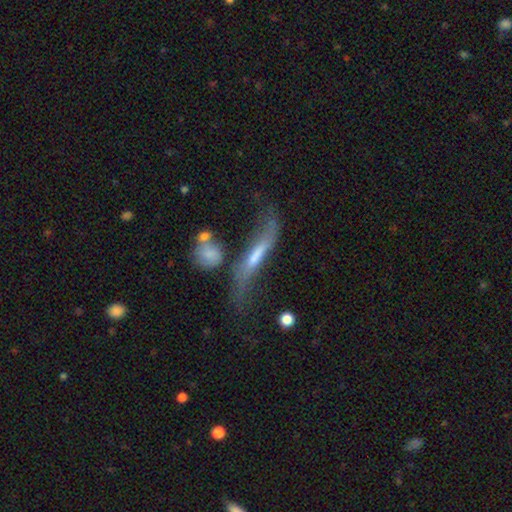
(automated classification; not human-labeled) Smooth or featured?
  - featured or disk: 57% *
  - smooth: 34%
  - star or artifact: 8%
Edge-on disk?
  - no: 54% *
  - yes: 46%
Merging?
  - none: 31% *
  - major disturbance: 30%
  - minor disturbance: 24%
  - merger: 15%